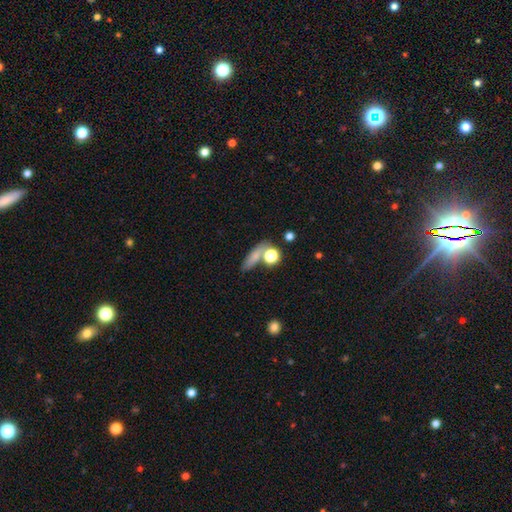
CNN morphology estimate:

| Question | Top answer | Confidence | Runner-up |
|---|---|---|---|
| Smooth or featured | smooth | 73% | featured or disk (14%) |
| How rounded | cigar-shaped | 41% | in between (37%) |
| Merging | none | 58% | merger (21%) |